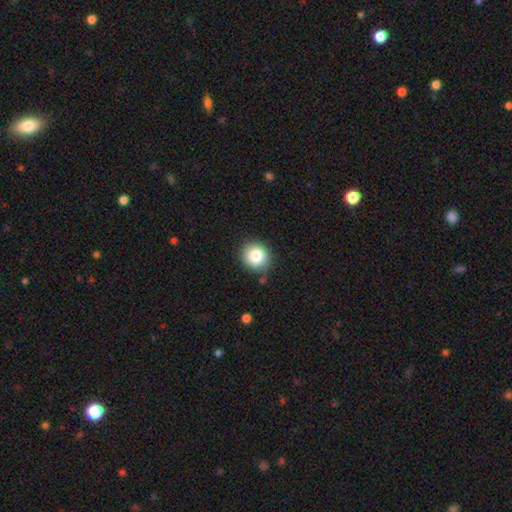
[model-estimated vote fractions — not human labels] smooth-or-featured: smooth: 83% | star or artifact: 10% | featured or disk: 7%
  how-rounded: round: 89% | in between: 10% | cigar-shaped: 1%
  merging: none: 85% | minor disturbance: 10% | major disturbance: 3% | merger: 2%